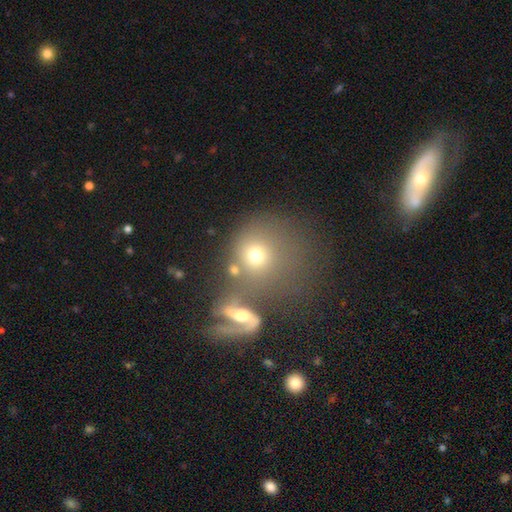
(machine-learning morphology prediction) Q: Smooth or featured?
A: smooth (60%); runner-up: featured or disk (28%)
Q: How rounded?
A: round (79%); runner-up: in between (20%)
Q: Merging?
A: none (41%); runner-up: merger (35%)